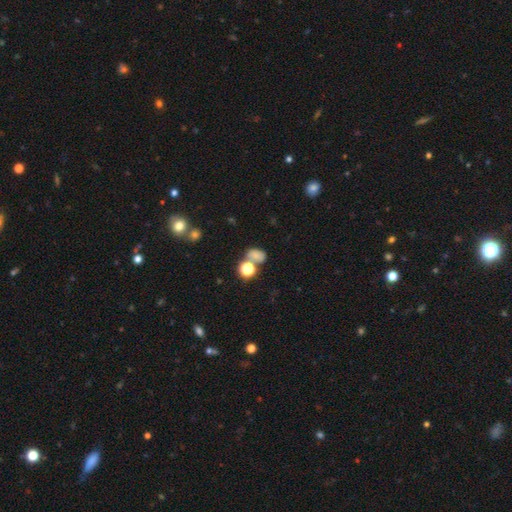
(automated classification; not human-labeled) A smooth galaxy with no disk features (68%) that is in between round and cigar-shaped (64%).

Vote fractions:
- Smooth or featured? smooth: 68% / star or artifact: 21% / featured or disk: 12%
- How rounded? in between: 64% / round: 34% / cigar-shaped: 2%
- Merging? none: 42% / merger: 35% / minor disturbance: 14% / major disturbance: 9%